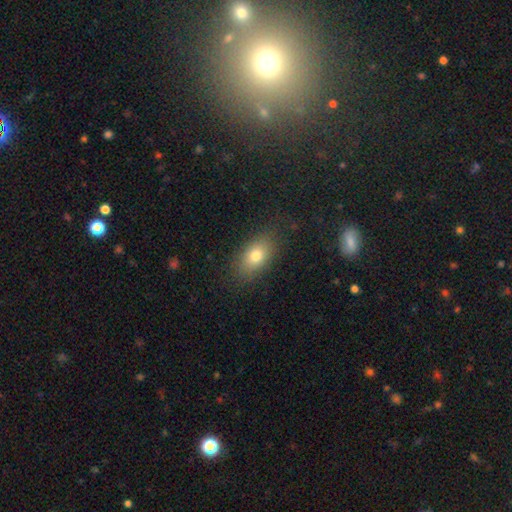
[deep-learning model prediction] Smooth or featured? smooth (77%)
How rounded? in between (84%)
Merging? none (82%)